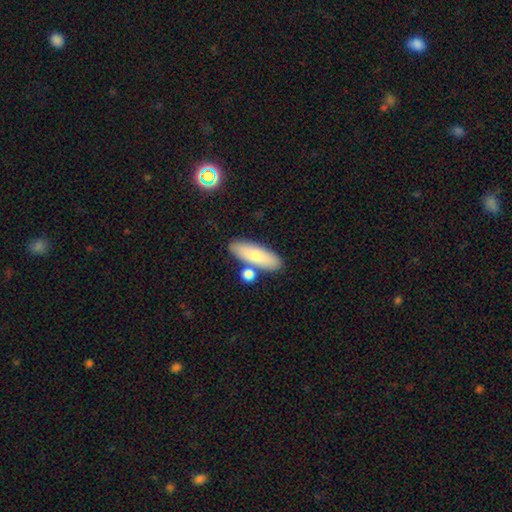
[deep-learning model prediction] smooth-or-featured: smooth: 74% | featured or disk: 19% | star or artifact: 6%
  how-rounded: in between: 56% | cigar-shaped: 41% | round: 3%
  merging: none: 74% | merger: 13% | minor disturbance: 11% | major disturbance: 3%